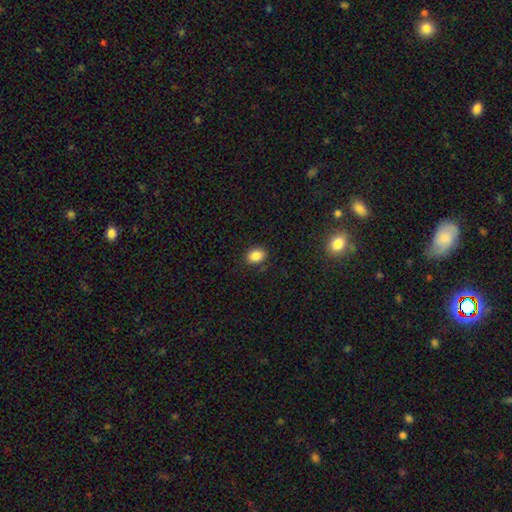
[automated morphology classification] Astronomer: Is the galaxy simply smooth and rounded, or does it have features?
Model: smooth — 86%.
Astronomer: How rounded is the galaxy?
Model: in between — 65%.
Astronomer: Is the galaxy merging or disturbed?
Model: none — 86%.